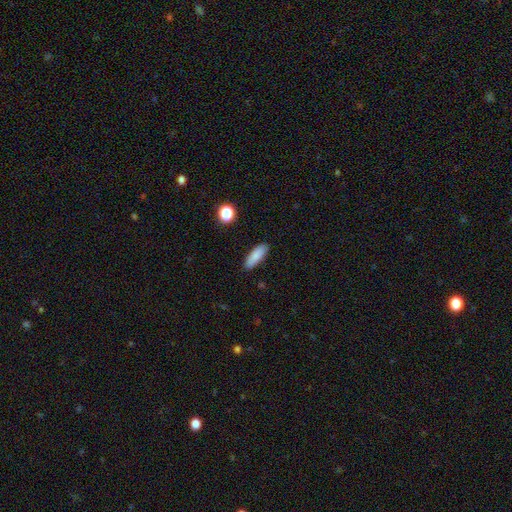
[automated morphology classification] smooth-or-featured: smooth: 86% | star or artifact: 7% | featured or disk: 6%
  how-rounded: in between: 57% | cigar-shaped: 41% | round: 2%
  merging: none: 88% | minor disturbance: 9% | major disturbance: 2% | merger: 1%